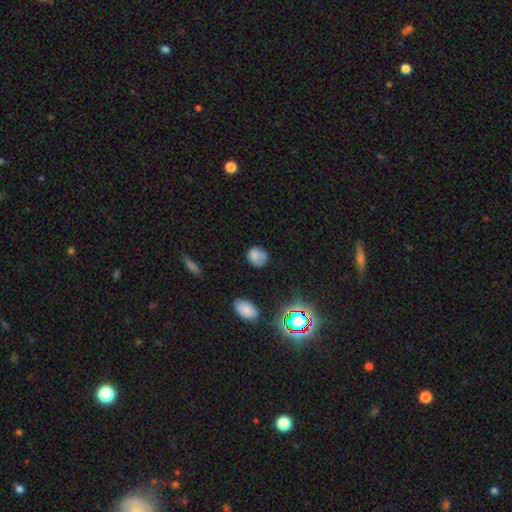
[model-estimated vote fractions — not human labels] Morphology: type=smooth (76%); roundness=round (70%); merging=none (63%).